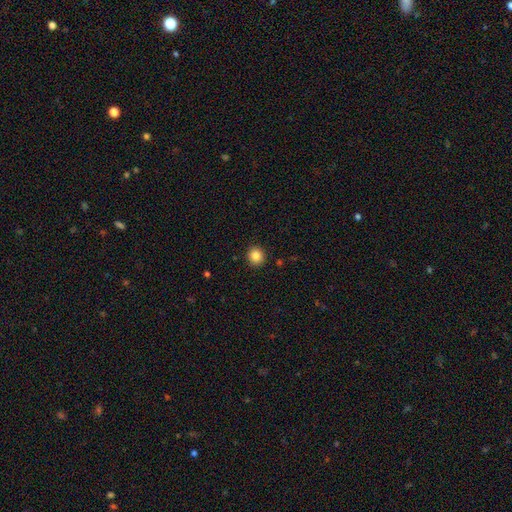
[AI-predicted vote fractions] Overall: smooth (85%). How rounded: round (91%). Merging: none (92%).